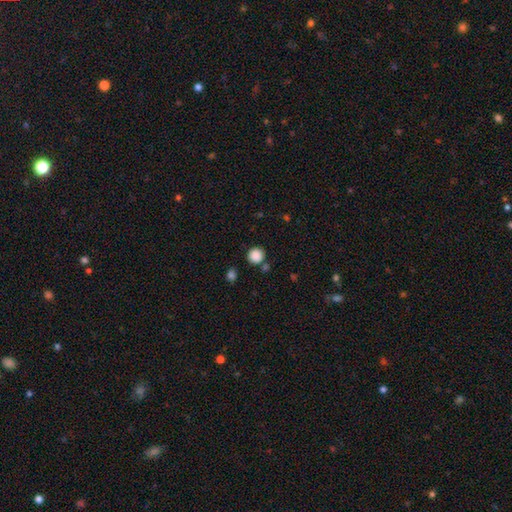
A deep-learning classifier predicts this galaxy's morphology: Smooth or featured? Predicted: smooth (p=0.87). How rounded? Predicted: round (p=0.92). Merging? Predicted: none (p=0.79).